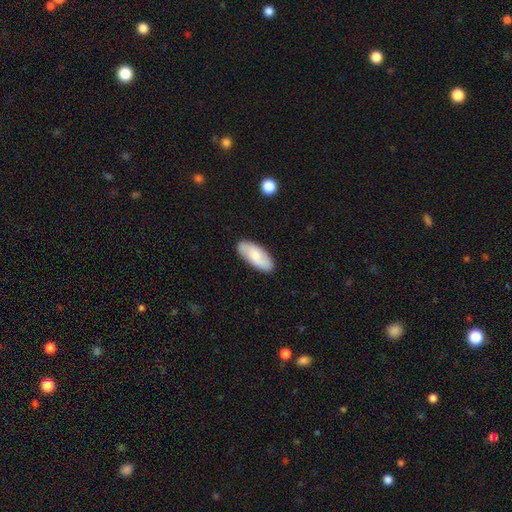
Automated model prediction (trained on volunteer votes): A smooth galaxy with no disk features (70%) that is in between round and cigar-shaped (86%).

Vote fractions:
- Smooth or featured? smooth: 70% / featured or disk: 24% / star or artifact: 6%
- How rounded? in between: 86% / cigar-shaped: 12% / round: 2%
- Merging? none: 87% / minor disturbance: 10% / major disturbance: 2% / merger: 1%